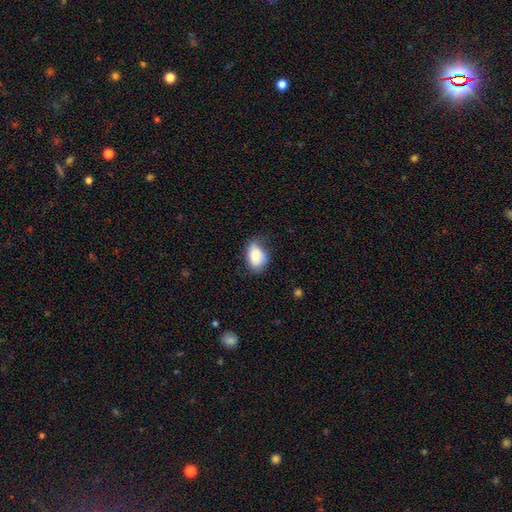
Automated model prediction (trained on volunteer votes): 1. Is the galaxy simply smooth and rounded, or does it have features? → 85% smooth, 8% featured or disk, 7% star or artifact.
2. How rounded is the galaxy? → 86% in between, 13% round, 1% cigar-shaped.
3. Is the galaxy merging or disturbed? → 53% none, 36% minor disturbance, 9% major disturbance, 2% merger.